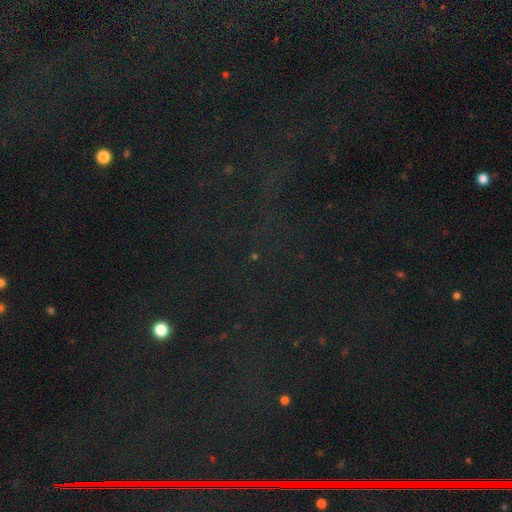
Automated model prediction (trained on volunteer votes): The model was most divided on "smooth or featured": star or artifact: 84%, smooth: 9%, featured or disk: 7%.